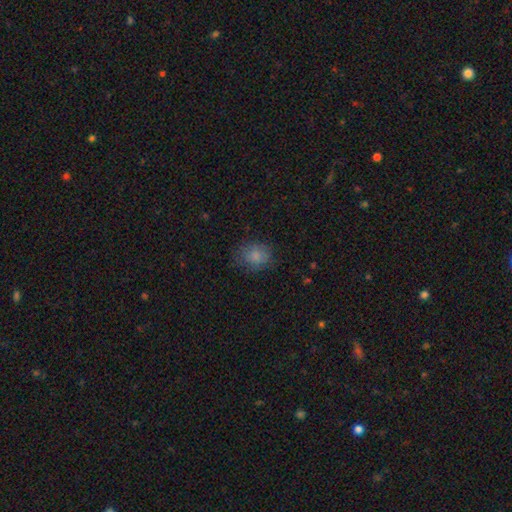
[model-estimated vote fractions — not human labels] smooth_or_featured: smooth (p=0.82) [alt: star or artifact p=0.10]
how_rounded: round (p=0.60) [alt: in between p=0.39]
merging: none (p=0.75) [alt: minor disturbance p=0.18]